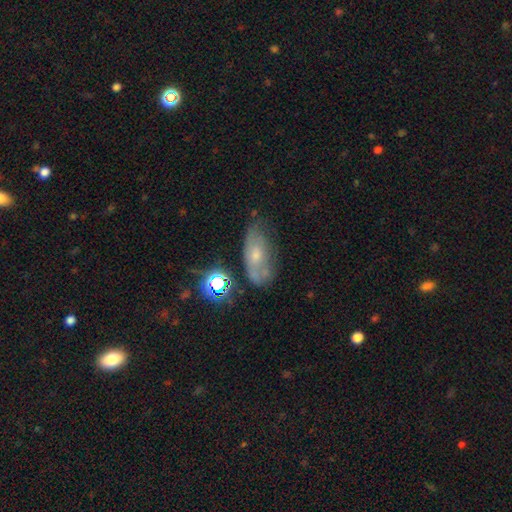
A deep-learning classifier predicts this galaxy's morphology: Overall: featured or disk (45%; smooth 37%). Merging: none (55%; minor disturbance 27%).